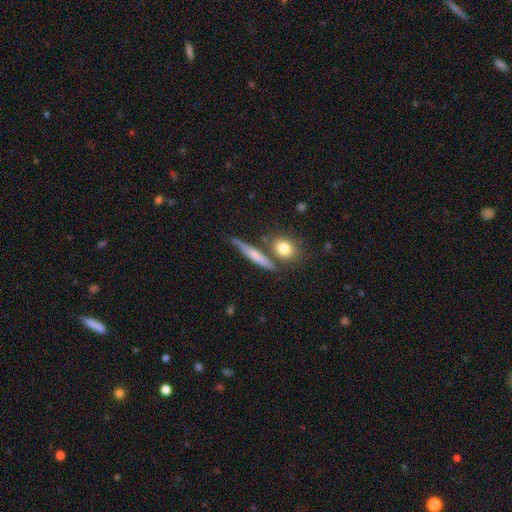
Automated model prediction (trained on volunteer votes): smooth 56%, featured or disk 36%, star or artifact 8%. Down the decision tree: how rounded — cigar-shaped (74%); merging — none (71%).